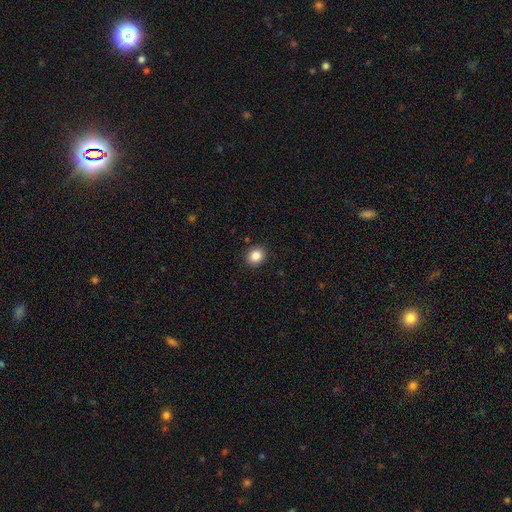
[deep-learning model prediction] Overall: smooth (86%). How rounded: round (62%; in between 37%). Merging: none (90%).